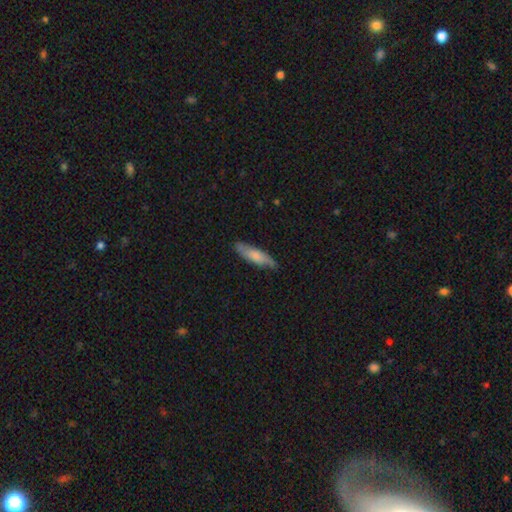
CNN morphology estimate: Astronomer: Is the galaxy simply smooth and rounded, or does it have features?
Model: smooth — 64%.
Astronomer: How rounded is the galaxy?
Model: cigar-shaped — 66%.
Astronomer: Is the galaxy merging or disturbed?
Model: none — 78%.